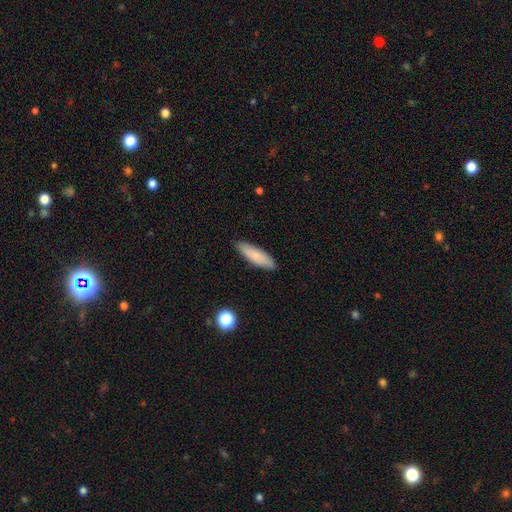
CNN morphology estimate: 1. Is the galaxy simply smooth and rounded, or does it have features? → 76% smooth, 18% featured or disk, 6% star or artifact.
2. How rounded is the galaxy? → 58% cigar-shaped, 40% in between, 2% round.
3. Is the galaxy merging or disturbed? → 87% none, 10% minor disturbance, 2% major disturbance, 1% merger.